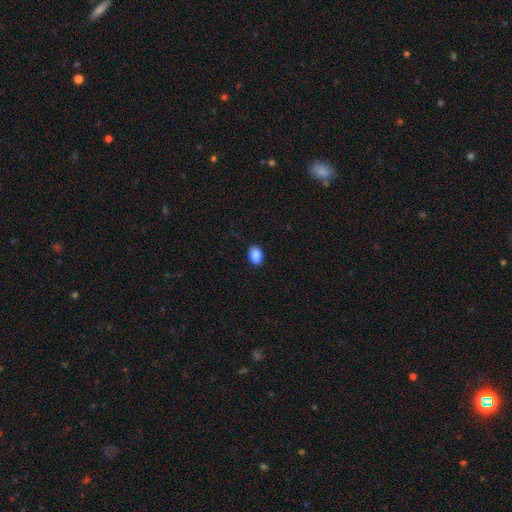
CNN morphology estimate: Smooth or featured?
  - smooth: 89% *
  - star or artifact: 8%
  - featured or disk: 3%
How rounded?
  - in between: 80% *
  - round: 19%
  - cigar-shaped: 1%
Merging?
  - none: 87% *
  - minor disturbance: 10%
  - major disturbance: 2%
  - merger: 1%